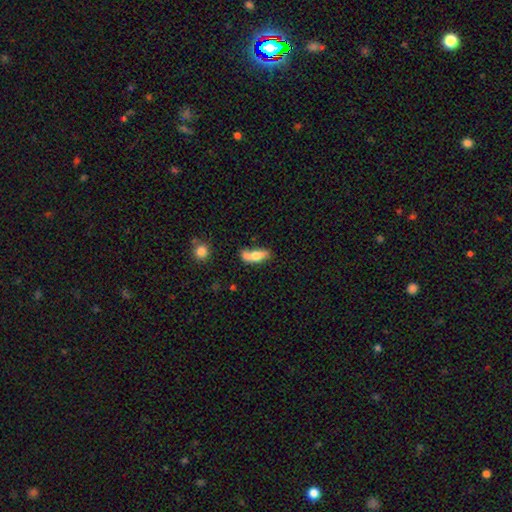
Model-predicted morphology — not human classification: Smooth or featured?
  - smooth: 61% *
  - featured or disk: 31%
  - star or artifact: 8%
How rounded?
  - in between: 67% *
  - cigar-shaped: 27%
  - round: 5%
Merging?
  - none: 41% *
  - merger: 31%
  - minor disturbance: 19%
  - major disturbance: 9%